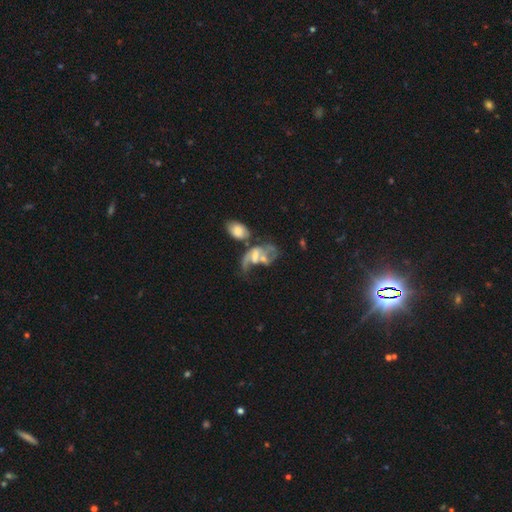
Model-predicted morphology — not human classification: This appears to be a featured or disk galaxy (67%) with no bar (46%), spiral arms (66%) and a moderate central bulge (39%). Merging: merger (38%).